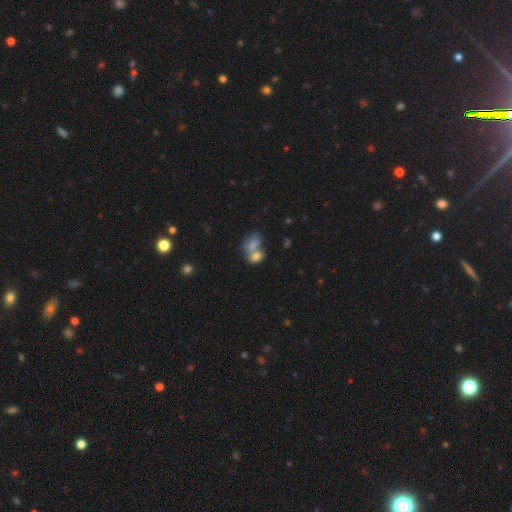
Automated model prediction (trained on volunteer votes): smooth_or_featured: smooth (p=0.77) [alt: featured or disk p=0.13]
how_rounded: in between (p=0.77) [alt: round p=0.21]
merging: merger (p=0.65) [alt: none p=0.22]